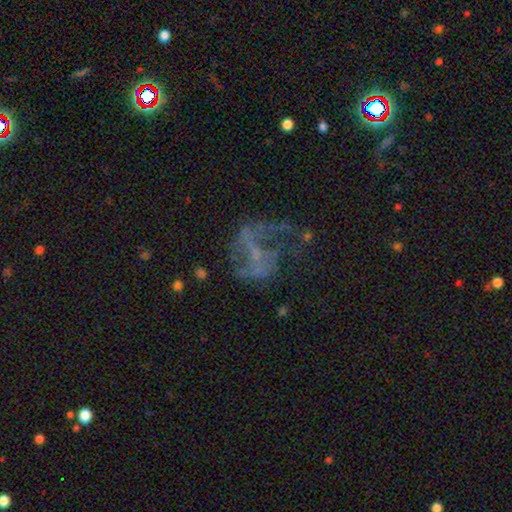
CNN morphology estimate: Smooth or featured?
  - featured or disk: 60% *
  - star or artifact: 25%
  - smooth: 15%
Edge-on disk?
  - no: 97% *
  - yes: 3%
Bar?
  - no: 63% *
  - weak: 26%
  - strong: 11%
Spiral arms?
  - yes: 56% *
  - no: 44%
Bulge size?
  - none: 64% *
  - small: 28%
  - moderate: 6%
  - large: 1%
  - dominant: 1%
Merging?
  - major disturbance: 41% *
  - none: 38%
  - minor disturbance: 16%
  - merger: 5%